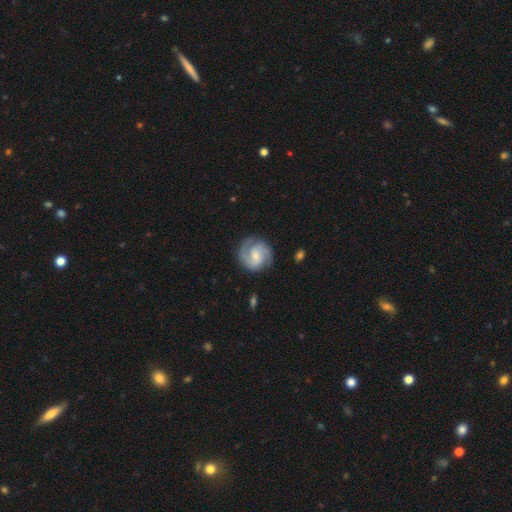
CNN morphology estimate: Smooth or featured? Predicted: featured or disk (p=0.78). Edge-on disk? Predicted: no (p=0.98). Bar? Predicted: weak (p=0.47). Spiral arms? Predicted: yes (p=0.95). Spiral winding? Predicted: medium (p=0.45). Spiral arm count? Predicted: 2 (p=0.71). Bulge size? Predicted: small (p=0.60). Merging? Predicted: none (p=0.79).